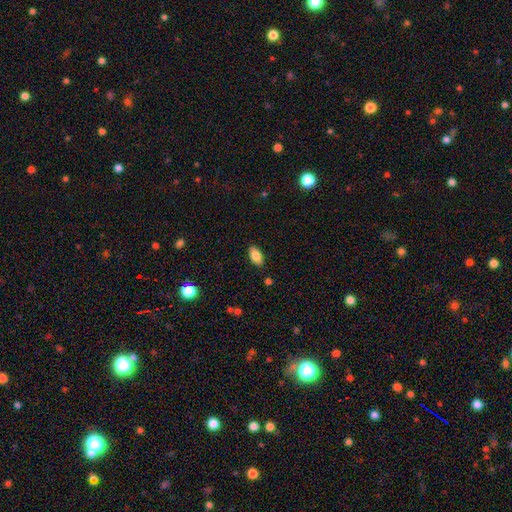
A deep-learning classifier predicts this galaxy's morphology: smooth_or_featured: smooth (p=0.85) [alt: star or artifact p=0.08]
how_rounded: in between (p=0.93) [alt: cigar-shaped p=0.04]
merging: none (p=0.86) [alt: minor disturbance p=0.10]